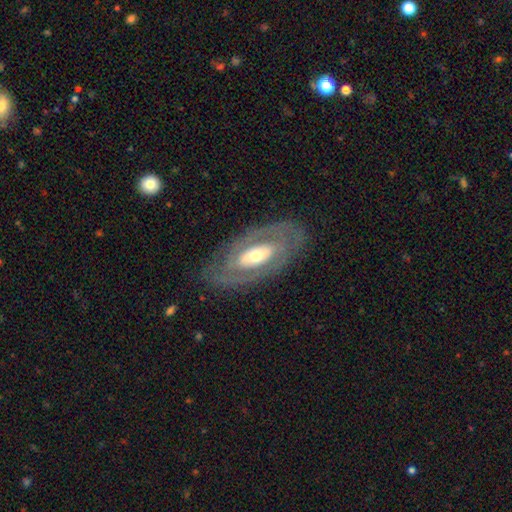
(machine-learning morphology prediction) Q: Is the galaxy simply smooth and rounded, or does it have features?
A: featured or disk — 73%.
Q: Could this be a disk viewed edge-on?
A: no — 89%.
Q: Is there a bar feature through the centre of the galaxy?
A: no — 63%.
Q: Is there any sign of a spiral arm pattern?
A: yes — 51%.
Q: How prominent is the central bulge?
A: moderate — 55%.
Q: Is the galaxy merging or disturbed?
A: none — 79%.